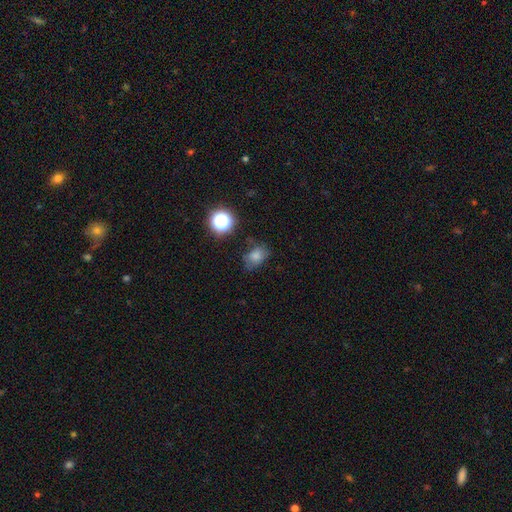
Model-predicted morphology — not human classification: Smooth or featured?
  - smooth: 72% *
  - star or artifact: 16%
  - featured or disk: 11%
How rounded?
  - in between: 71% *
  - round: 28%
  - cigar-shaped: 1%
Merging?
  - none: 64% *
  - minor disturbance: 25%
  - major disturbance: 8%
  - merger: 4%